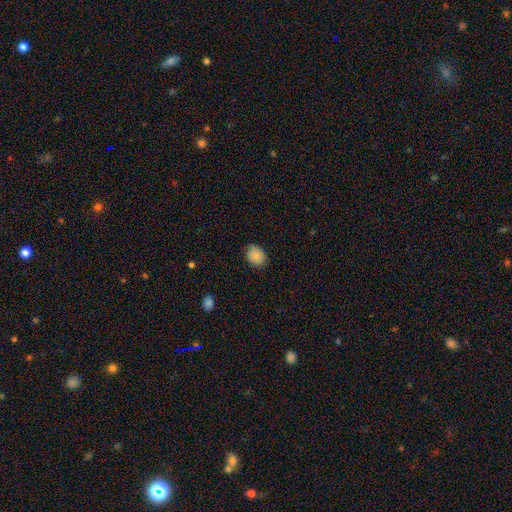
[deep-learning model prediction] A smooth galaxy with no disk features (84%) that is in between round and cigar-shaped (51%). Merging: none (79%).